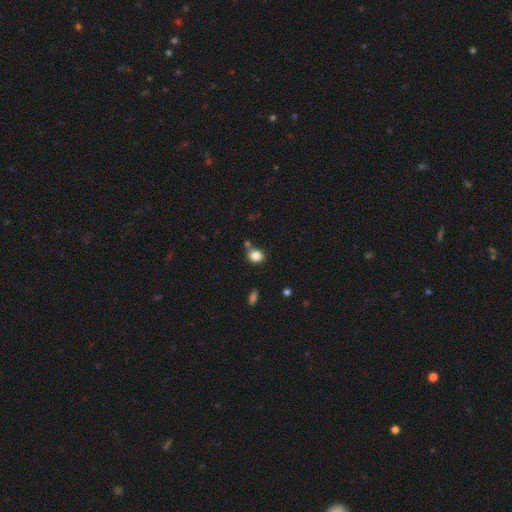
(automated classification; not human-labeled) smooth_or_featured: smooth (p=0.83) [alt: star or artifact p=0.11]
how_rounded: round (p=0.65) [alt: in between p=0.33]
merging: none (p=0.68) [alt: minor disturbance p=0.15]